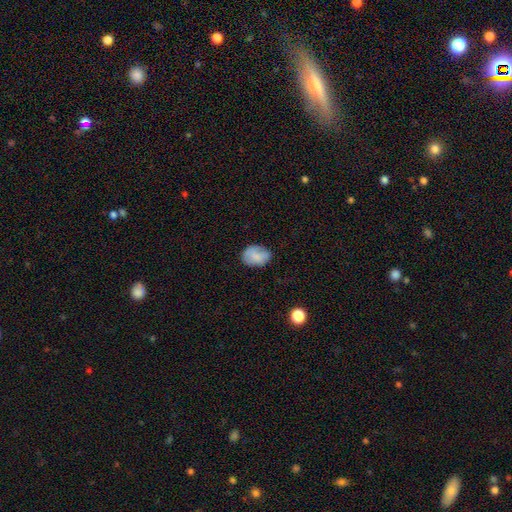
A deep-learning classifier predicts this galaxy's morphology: Smooth or featured? Predicted: smooth (p=0.77). How rounded? Predicted: in between (p=0.68). Merging? Predicted: none (p=0.68).